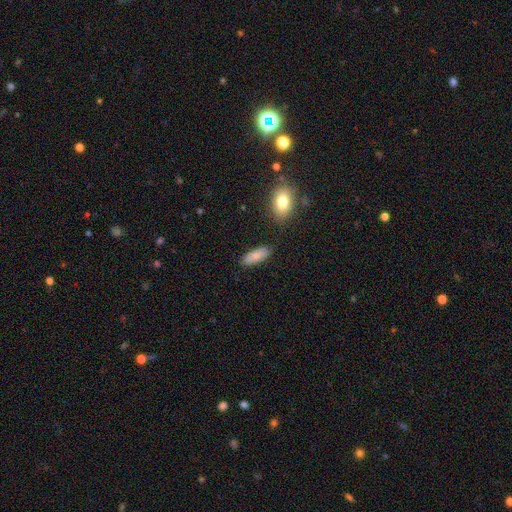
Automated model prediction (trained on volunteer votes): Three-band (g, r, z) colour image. It shows a smooth galaxy with no disk features (82%) that is in between round and cigar-shaped (77%). Merging: none (83%).